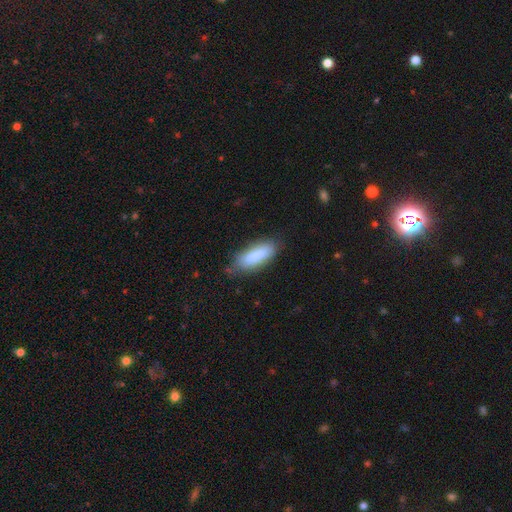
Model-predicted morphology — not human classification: A smooth galaxy with no disk features (85%) that is in between round and cigar-shaped (65%).

Vote fractions:
- Smooth or featured? smooth: 85% / featured or disk: 9% / star or artifact: 6%
- How rounded? in between: 65% / cigar-shaped: 34% / round: 2%
- Merging? none: 75% / minor disturbance: 19% / major disturbance: 4% / merger: 2%